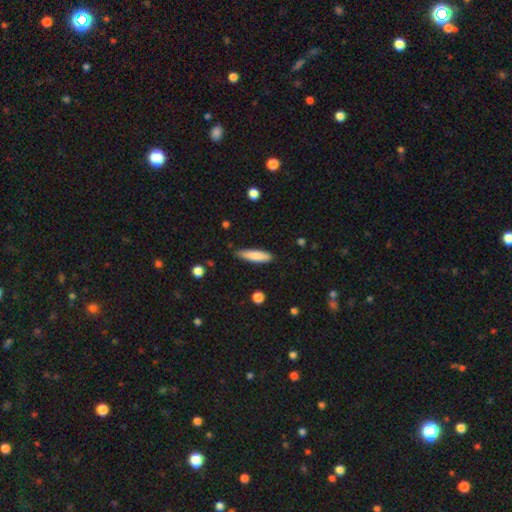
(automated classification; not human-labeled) Morphology: type=smooth (82%); roundness=cigar-shaped (70%); merging=none (82%).